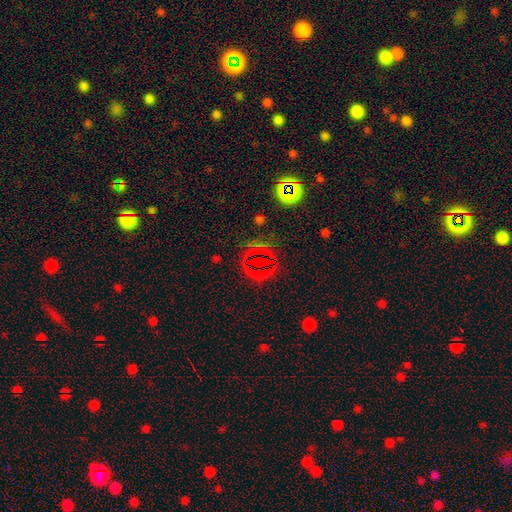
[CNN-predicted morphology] type=star or artifact (65%).